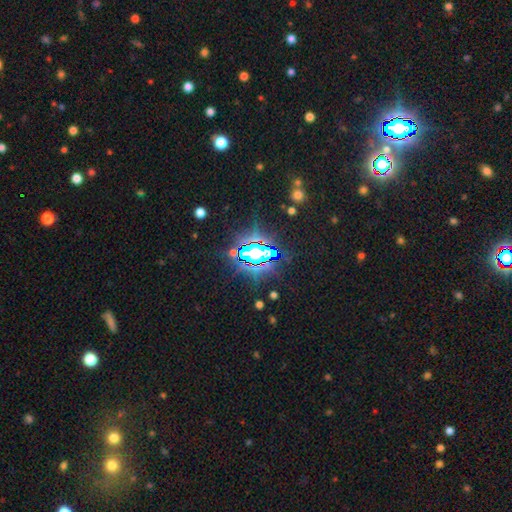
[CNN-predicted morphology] smooth-or-featured: star or artifact: 81% | smooth: 10% | featured or disk: 8%